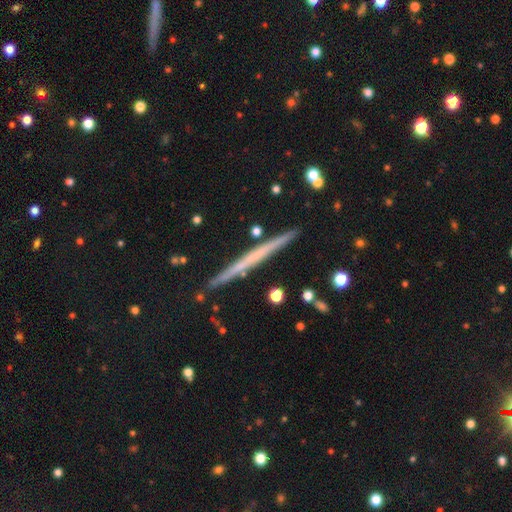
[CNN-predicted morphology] Smooth or featured?
  - featured or disk: 58% *
  - smooth: 35%
  - star or artifact: 7%
Edge-on disk?
  - yes: 97% *
  - no: 3%
Edge-on bulge?
  - none: 88% *
  - rounded: 8%
  - boxy: 4%
Merging?
  - none: 89% *
  - minor disturbance: 8%
  - merger: 2%
  - major disturbance: 1%